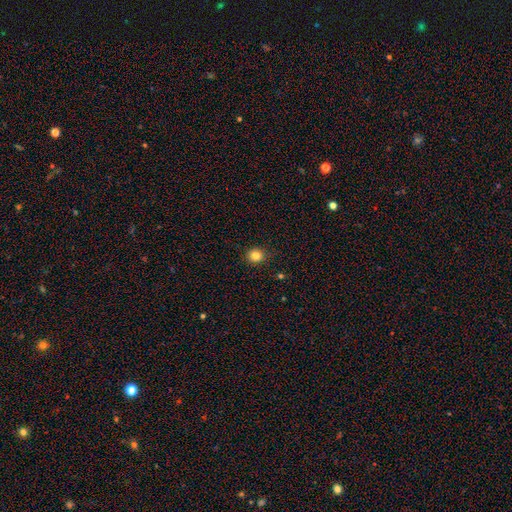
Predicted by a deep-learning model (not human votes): This is clearly a smooth galaxy (83%). How rounded: clearly round (82%). Merging: clearly none (89%).